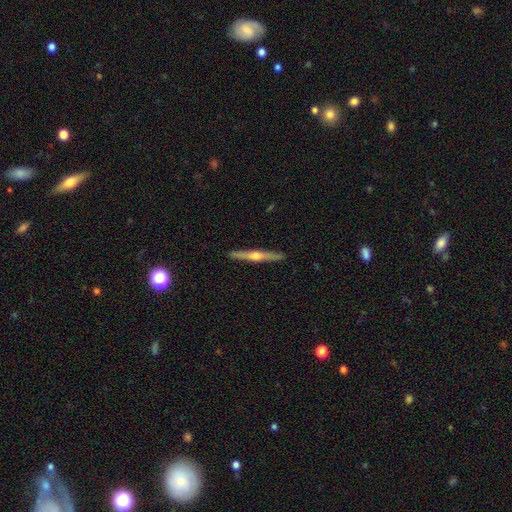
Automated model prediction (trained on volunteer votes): smooth_or_featured: featured or disk (p=0.76) [alt: smooth p=0.19]
disk_edge_on: yes (p=0.98) [alt: no p=0.02]
edge_on_bulge: rounded (p=0.91) [alt: none p=0.06]
merging: none (p=0.92) [alt: minor disturbance p=0.05]